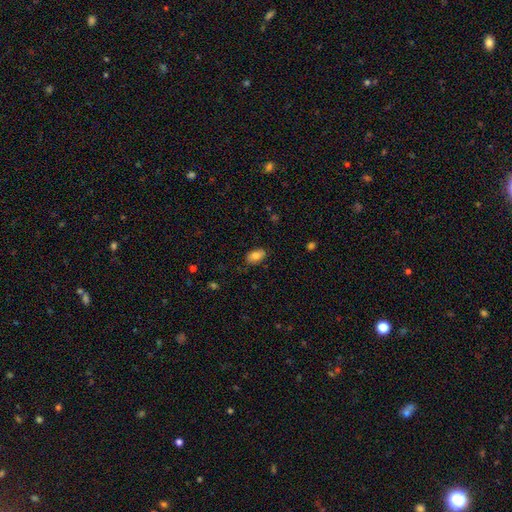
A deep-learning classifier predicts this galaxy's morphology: Smooth or featured? Predicted: smooth (p=0.82). How rounded? Predicted: in between (p=0.92). Merging? Predicted: none (p=0.80).